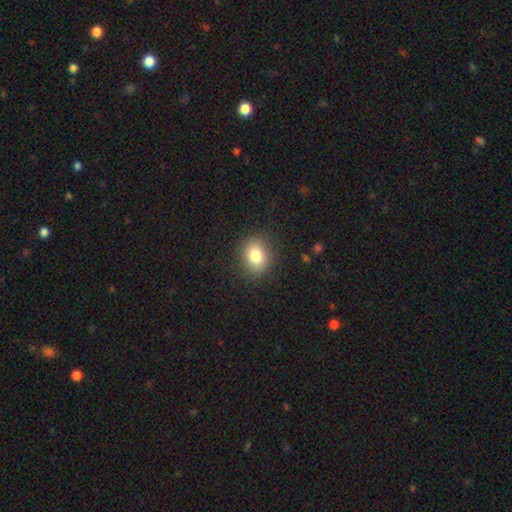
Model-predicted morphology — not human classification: The model was most divided on "how rounded": round: 55%, in between: 44%, cigar-shaped: 1%. More confident: merging — none (88%); smooth or featured — smooth (81%).